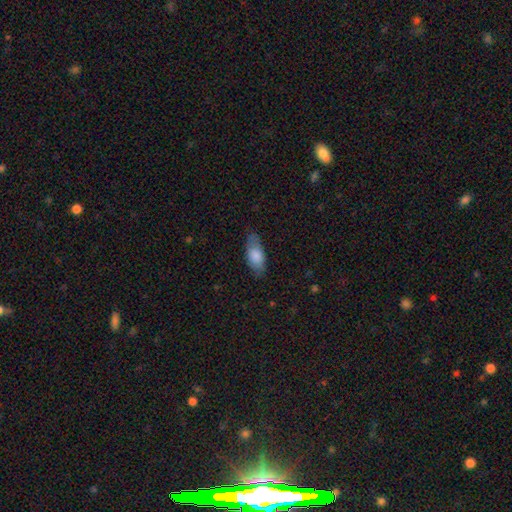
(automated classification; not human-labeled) This appears to be a smooth galaxy with no disk features (78%) that is in between round and cigar-shaped (85%). Merging: none (71%).